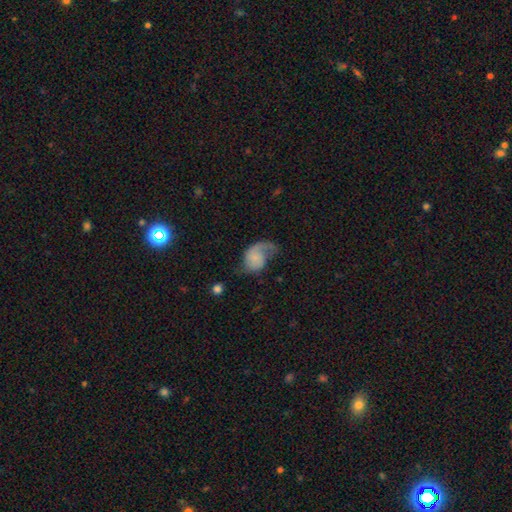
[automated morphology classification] featured or disk 58%, smooth 34%, star or artifact 8%. Down the decision tree: edge-on disk — no (97%); bar — no (74%); spiral arms — yes (89%); spiral arm count — 1 (50%); spiral winding — loose (58%); bulge size — small (40%, tied with none); merging — major disturbance (36%).